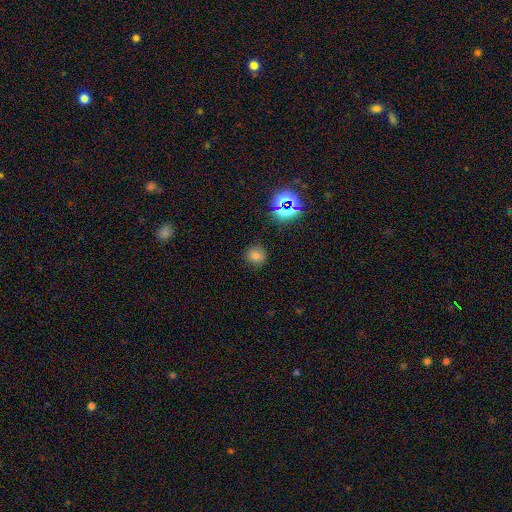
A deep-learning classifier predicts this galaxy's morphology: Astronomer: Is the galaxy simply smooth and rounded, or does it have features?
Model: smooth — 70%.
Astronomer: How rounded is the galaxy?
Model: round — 86%.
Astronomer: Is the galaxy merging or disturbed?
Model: none — 86%.